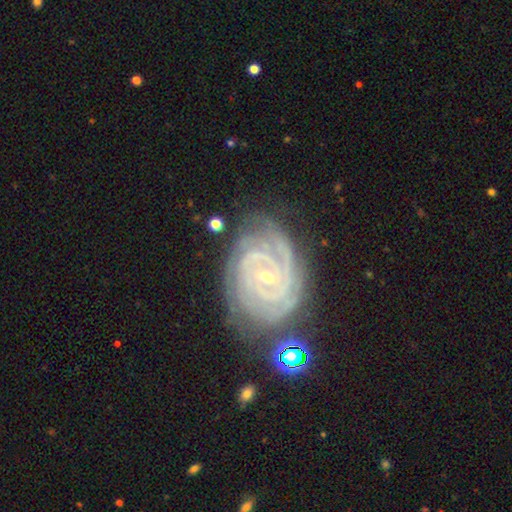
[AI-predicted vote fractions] This appears to be a featured or disk galaxy (88%) with a weak bar (40%), 2 (36%) tight (78%) spiral arms (97%) and a small central bulge (70%). Merging: none (72%).